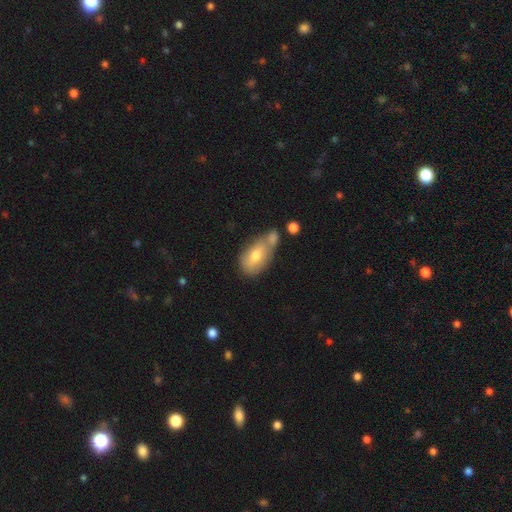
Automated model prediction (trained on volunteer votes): This appears to be a smooth galaxy with no disk features (65%) that is in between round and cigar-shaped (88%). Merging: merger (41%).